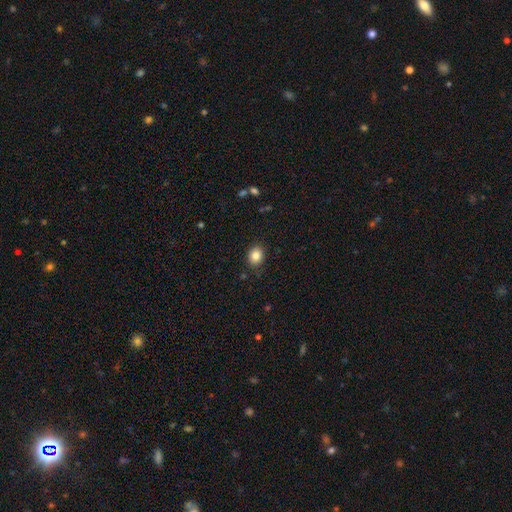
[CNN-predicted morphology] smooth 85%, star or artifact 10%, featured or disk 5%. Down the decision tree: how rounded — round (58%); merging — none (86%).